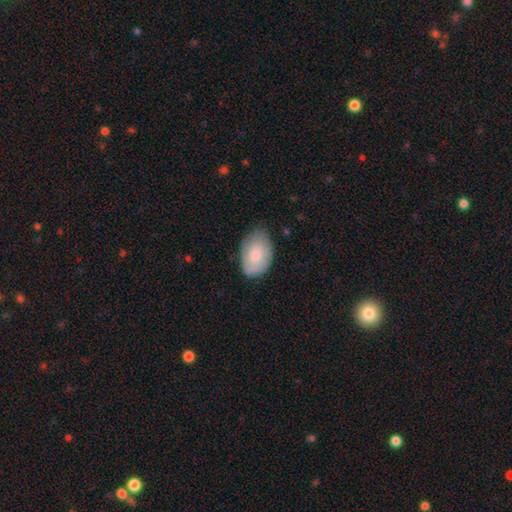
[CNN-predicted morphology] This is likely a smooth galaxy (75%). How rounded: clearly in between (89%). Merging: likely none (70%).